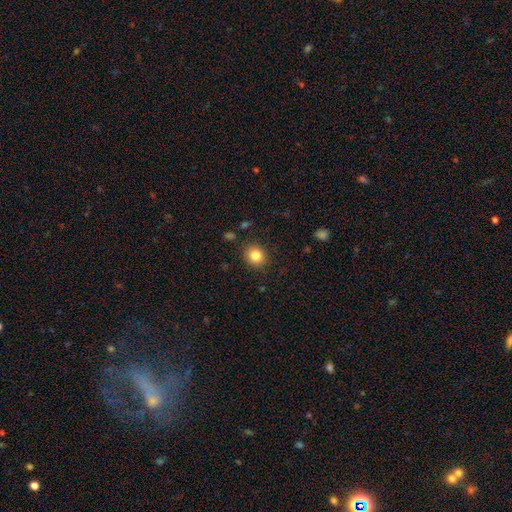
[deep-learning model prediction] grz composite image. It shows a smooth galaxy with no disk features (83%) that is round (80%). Merging: none (89%).